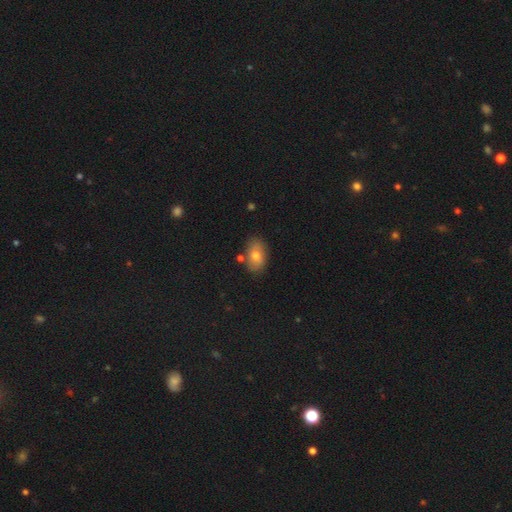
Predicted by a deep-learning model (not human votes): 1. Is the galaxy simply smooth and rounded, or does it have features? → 76% smooth, 16% featured or disk, 8% star or artifact.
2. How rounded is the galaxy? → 88% in between, 11% round, 2% cigar-shaped.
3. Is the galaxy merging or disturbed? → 77% none, 14% minor disturbance, 6% merger, 3% major disturbance.